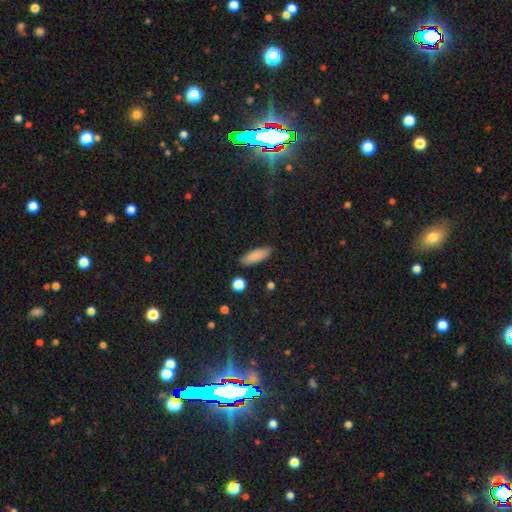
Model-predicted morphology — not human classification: Overall: smooth (87%). How rounded: in between (64%; cigar-shaped 33%). Merging: none (87%).